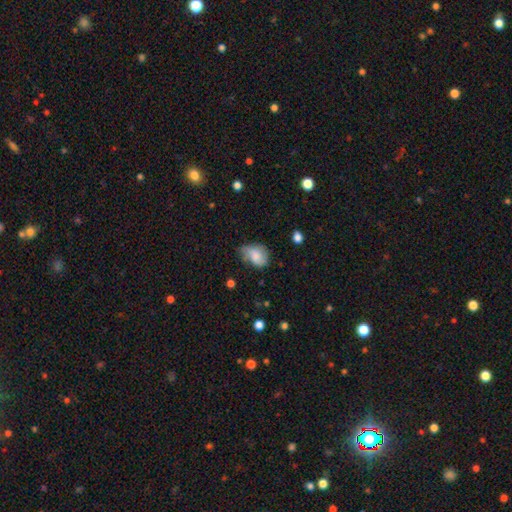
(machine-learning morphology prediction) Smooth or featured?
  - smooth: 74% *
  - featured or disk: 18%
  - star or artifact: 8%
How rounded?
  - in between: 74% *
  - round: 25%
  - cigar-shaped: 1%
Merging?
  - minor disturbance: 41% *
  - none: 39%
  - major disturbance: 16%
  - merger: 3%